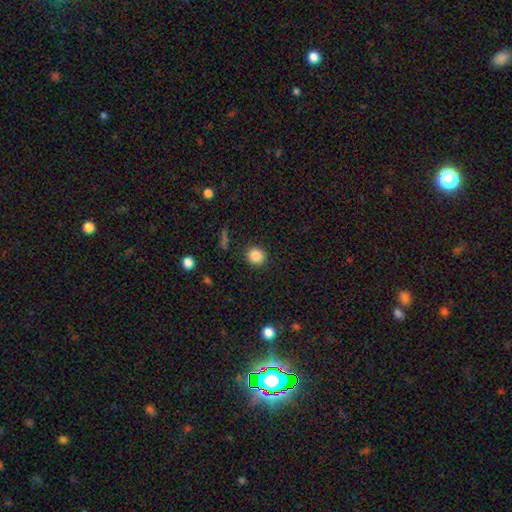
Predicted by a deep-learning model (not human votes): Smooth or featured? Predicted: smooth (p=0.85). How rounded? Predicted: round (p=0.90). Merging? Predicted: none (p=0.90).